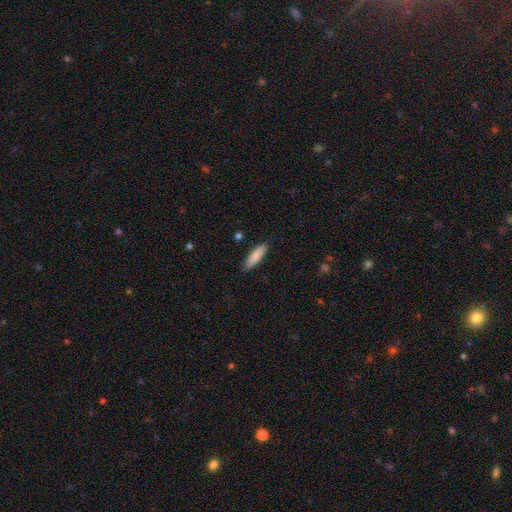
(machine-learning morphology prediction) smooth-or-featured: smooth: 86% | featured or disk: 8% | star or artifact: 6%
  how-rounded: cigar-shaped: 57% | in between: 42% | round: 2%
  merging: none: 87% | minor disturbance: 10% | major disturbance: 2% | merger: 1%